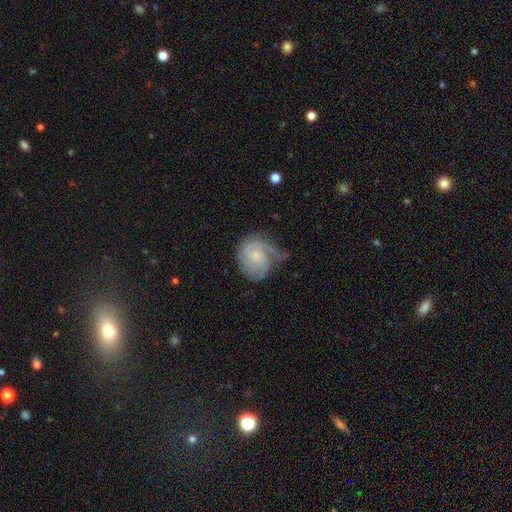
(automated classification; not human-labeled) This is likely a featured or disk galaxy (77%). It is clearly not viewed edge-on (98%). Bar: likely no (71%). Spiral arm pattern: clearly yes (95%). Spiral arm count: marginally 2 (29%). Spiral winding: possibly tight (58%). Central bulge: likely small (67%). Merging: possibly none (53%).